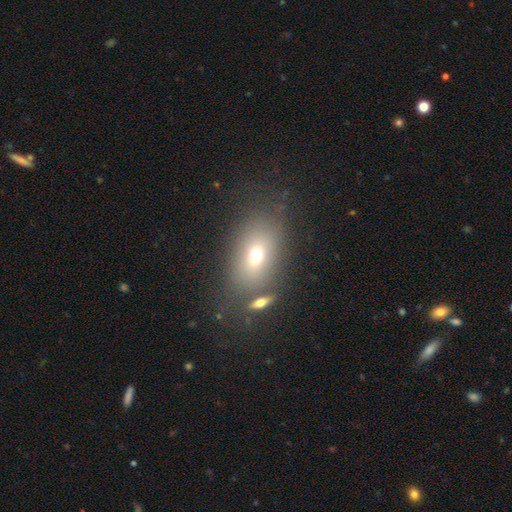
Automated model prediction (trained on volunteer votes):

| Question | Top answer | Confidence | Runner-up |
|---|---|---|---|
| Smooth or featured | smooth | 61% | featured or disk (20%) |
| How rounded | in between | 76% | round (20%) |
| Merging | none | 66% | minor disturbance (14%) |